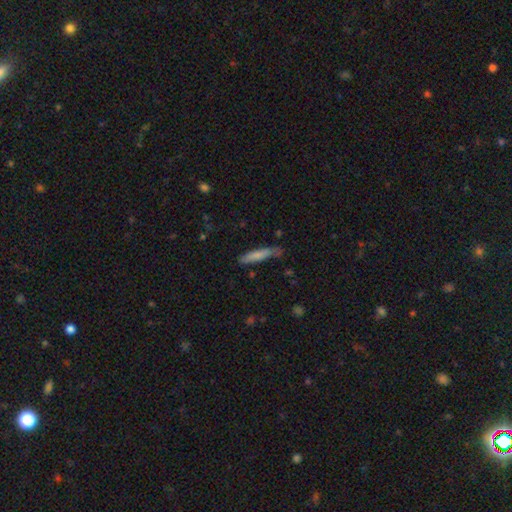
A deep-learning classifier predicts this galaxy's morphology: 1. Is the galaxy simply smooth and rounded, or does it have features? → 70% smooth, 24% featured or disk, 7% star or artifact.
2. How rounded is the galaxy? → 89% cigar-shaped, 9% in between, 1% round.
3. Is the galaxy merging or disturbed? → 72% none, 20% minor disturbance, 5% major disturbance, 3% merger.